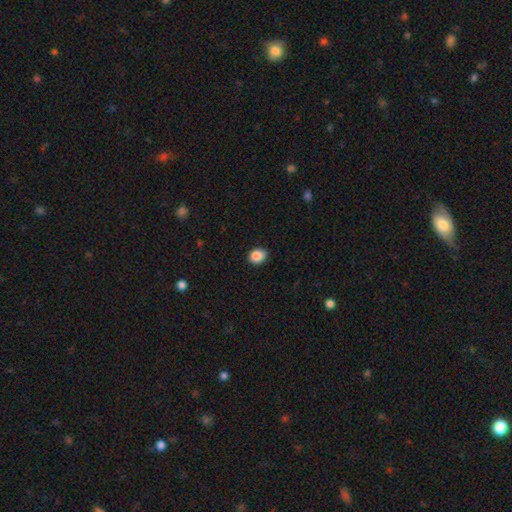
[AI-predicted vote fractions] smooth_or_featured: smooth (p=0.87) [alt: star or artifact p=0.09]
how_rounded: round (p=0.53) [alt: in between p=0.46]
merging: none (p=0.88) [alt: minor disturbance p=0.09]